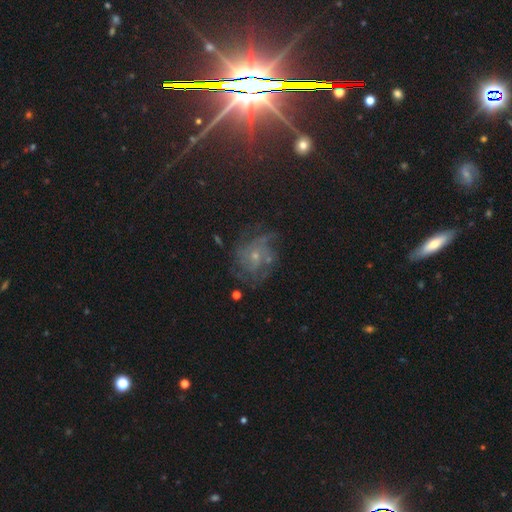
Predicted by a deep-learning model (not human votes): Smooth or featured? featured or disk (62%)
Edge-on disk? no (97%)
Bar? no (71%)
Spiral arms? yes (82%)
Bulge size? small (70%)
Merging? none (62%)